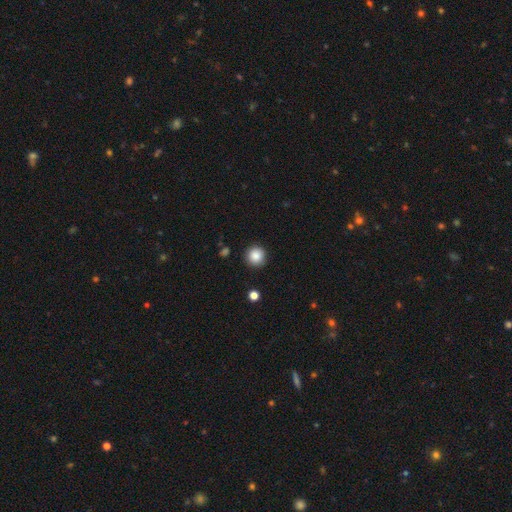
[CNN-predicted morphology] A smooth galaxy with no disk features (86%) that is round (95%). Merging: none (91%).